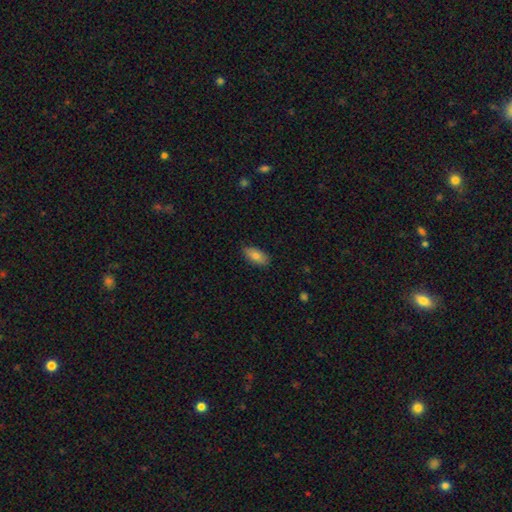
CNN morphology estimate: smooth_or_featured: smooth (p=0.79) [alt: featured or disk p=0.14]
how_rounded: in between (p=0.90) [alt: cigar-shaped p=0.06]
merging: none (p=0.84) [alt: minor disturbance p=0.13]